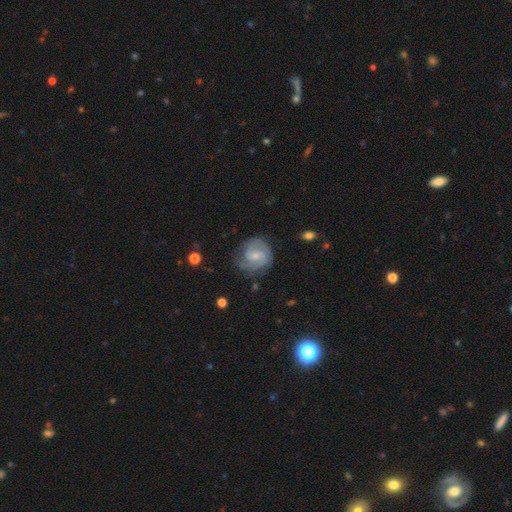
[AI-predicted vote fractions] featured or disk 75%, smooth 19%, star or artifact 6%. Down the decision tree: edge-on disk — no (98%); bar — no (49%); spiral arms — yes (93%); spiral arm count — 2 (54%); spiral winding — tight (46%); bulge size — small (63%); merging — none (68%).